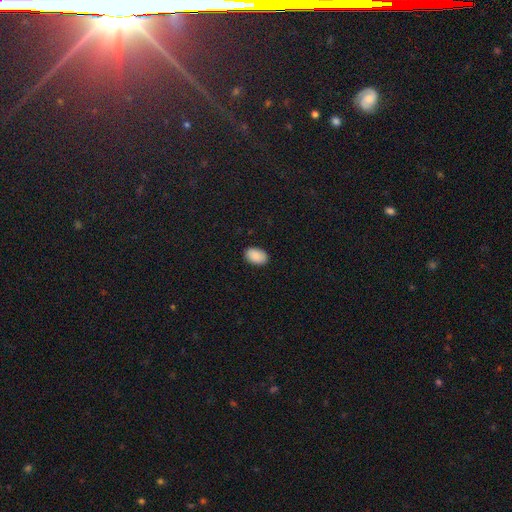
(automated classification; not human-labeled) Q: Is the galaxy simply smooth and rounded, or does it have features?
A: smooth — 90%.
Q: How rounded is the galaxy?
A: in between — 90%.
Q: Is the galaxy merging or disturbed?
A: none — 89%.